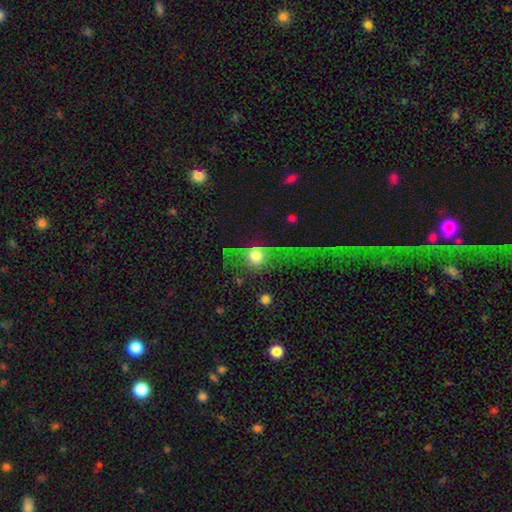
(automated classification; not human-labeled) Smooth or featured: smooth — 56% (featured or disk — 28%)
How rounded: round — 70% (in between — 25%)
Merging: major disturbance — 42% (none — 35%)